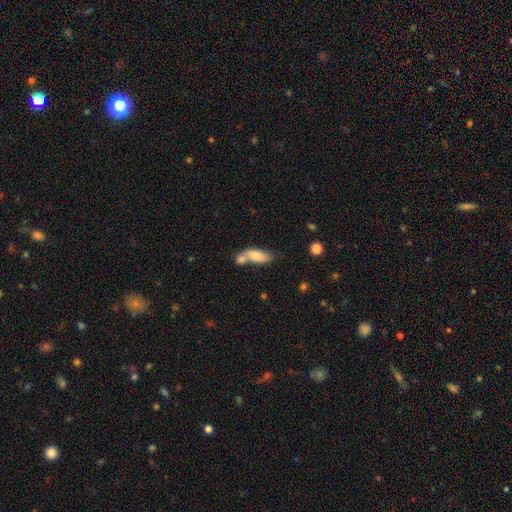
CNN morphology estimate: A smooth galaxy with no disk features (77%) that is in between round and cigar-shaped (79%).

Vote fractions:
- Smooth or featured? smooth: 77% / featured or disk: 16% / star or artifact: 7%
- How rounded? in between: 79% / cigar-shaped: 17% / round: 4%
- Merging? merger: 53% / none: 28% / minor disturbance: 12% / major disturbance: 7%